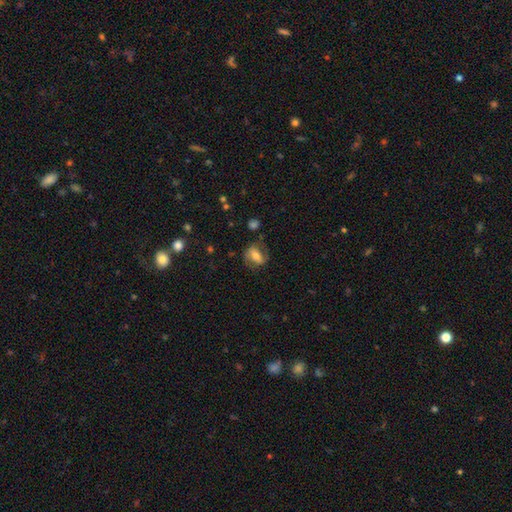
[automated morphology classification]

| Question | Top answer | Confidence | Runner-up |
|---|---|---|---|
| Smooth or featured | smooth | 52% | featured or disk (39%) |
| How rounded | in between | 65% | round (32%) |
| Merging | none | 67% | minor disturbance (20%) |